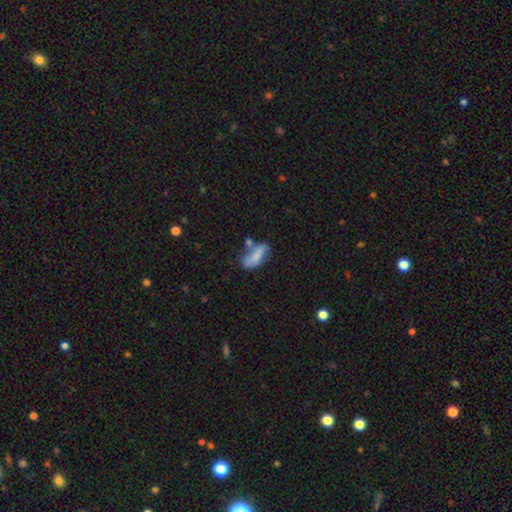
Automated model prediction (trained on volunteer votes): The model was most divided on "merging": none: 37%, merger: 25%, minor disturbance: 24%, major disturbance: 14%. More confident: how rounded — in between (76%); smooth or featured — smooth (65%).